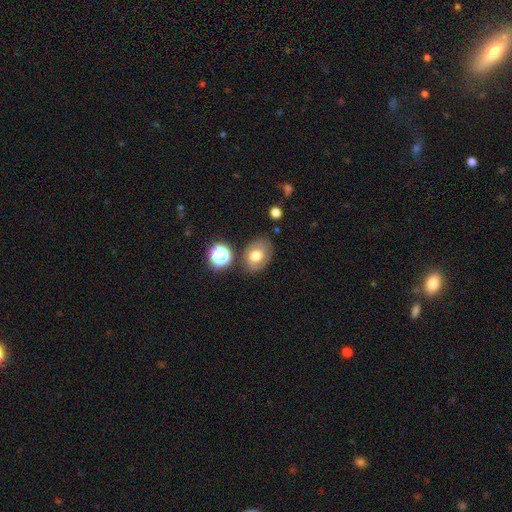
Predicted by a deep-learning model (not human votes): smooth-or-featured: smooth: 63% | featured or disk: 25% | star or artifact: 11%
  how-rounded: in between: 67% | round: 32% | cigar-shaped: 1%
  merging: none: 73% | minor disturbance: 16% | major disturbance: 6% | merger: 5%